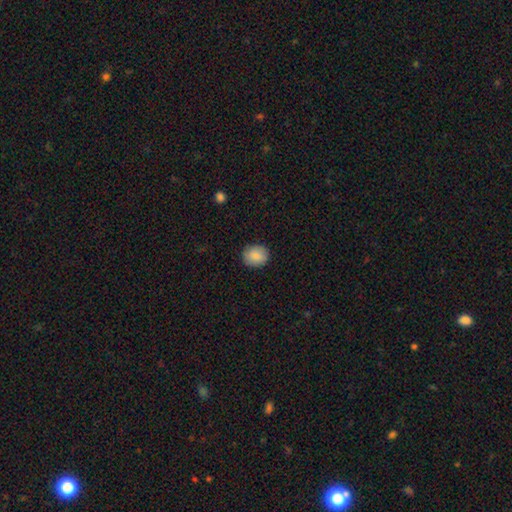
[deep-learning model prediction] Smooth or featured? Predicted: smooth (p=0.86). How rounded? Predicted: round (p=0.63). Merging? Predicted: none (p=0.88).